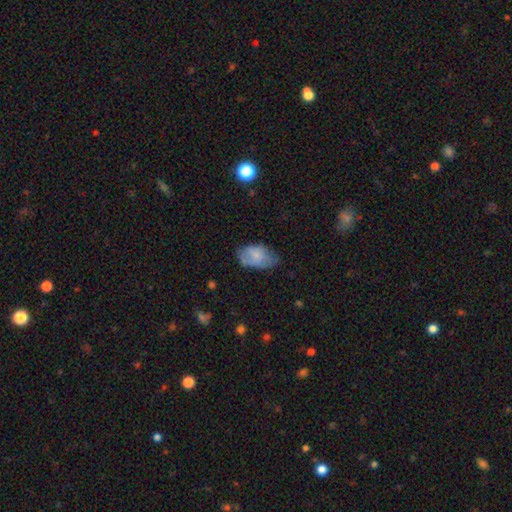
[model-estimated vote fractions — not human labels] smooth 73%, featured or disk 20%, star or artifact 8%. Down the decision tree: how rounded — in between (93%); merging — none (50%).